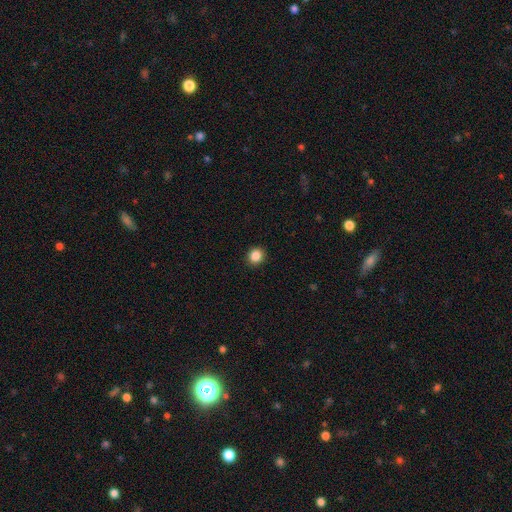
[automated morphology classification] type=smooth (86%); roundness=round (83%); merging=none (92%).